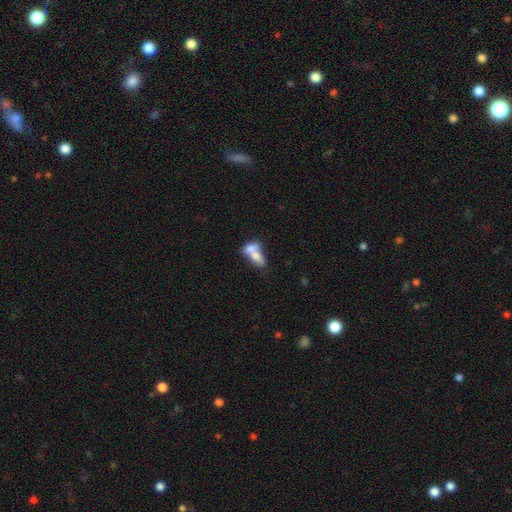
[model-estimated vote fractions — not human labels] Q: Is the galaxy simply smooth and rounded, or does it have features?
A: smooth — 68%.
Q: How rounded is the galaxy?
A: in between — 80%.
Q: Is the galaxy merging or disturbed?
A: merger — 70%.